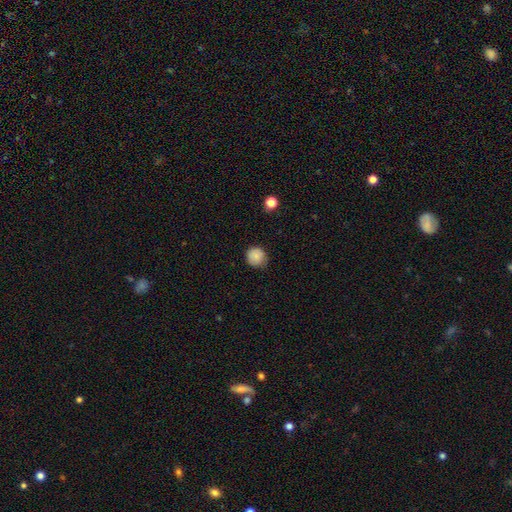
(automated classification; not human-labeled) Smooth or featured?
  - smooth: 85% *
  - star or artifact: 9%
  - featured or disk: 6%
How rounded?
  - round: 90% *
  - in between: 9%
  - cigar-shaped: 1%
Merging?
  - none: 76% *
  - minor disturbance: 20%
  - major disturbance: 3%
  - merger: 1%